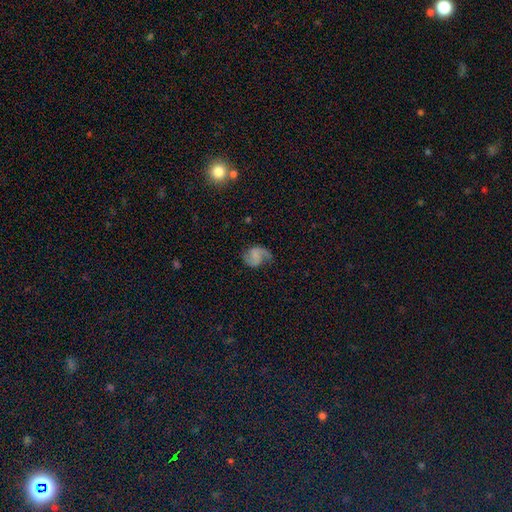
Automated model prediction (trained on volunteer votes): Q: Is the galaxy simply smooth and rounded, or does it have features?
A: featured or disk — 75%.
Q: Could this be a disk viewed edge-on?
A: no — 98%.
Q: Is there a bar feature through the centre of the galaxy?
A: no — 48%.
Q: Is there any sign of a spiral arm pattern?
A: yes — 95%.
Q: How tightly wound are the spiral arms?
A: medium — 47%.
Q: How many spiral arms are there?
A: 2 — 86%.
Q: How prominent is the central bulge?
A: none — 62%.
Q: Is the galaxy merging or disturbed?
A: none — 69%.